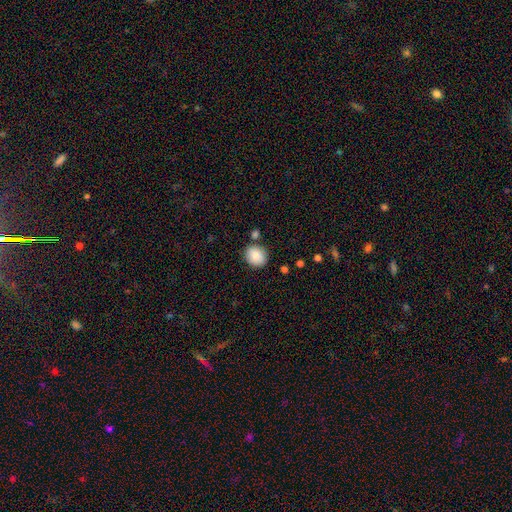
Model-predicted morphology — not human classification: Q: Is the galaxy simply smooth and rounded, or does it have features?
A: smooth — 85%.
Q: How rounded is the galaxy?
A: round — 62%.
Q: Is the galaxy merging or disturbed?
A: none — 80%.